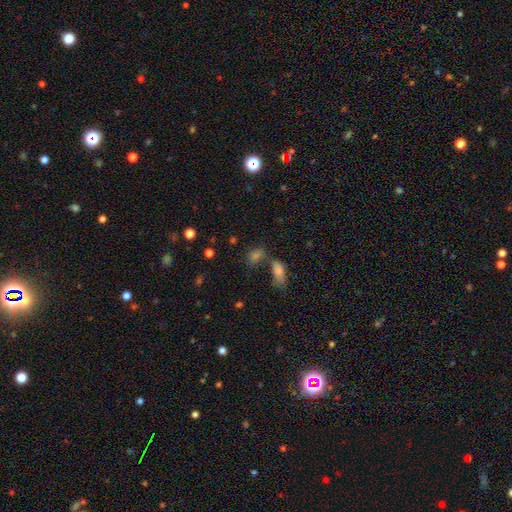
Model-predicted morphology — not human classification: A smooth galaxy with no disk features (66%) that is in between round and cigar-shaped (73%).

Vote fractions:
- Smooth or featured? smooth: 66% / star or artifact: 22% / featured or disk: 12%
- How rounded? in between: 73% / round: 19% / cigar-shaped: 8%
- Merging? none: 52% / merger: 30% / minor disturbance: 12% / major disturbance: 5%